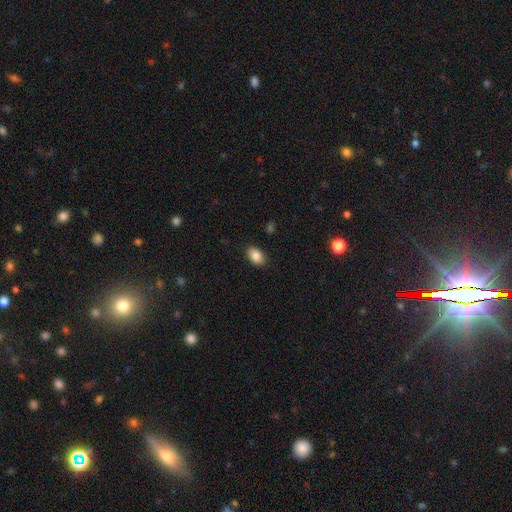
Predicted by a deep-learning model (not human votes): A smooth galaxy with no disk features (86%) that is in between round and cigar-shaped (89%). Merging: none (87%).